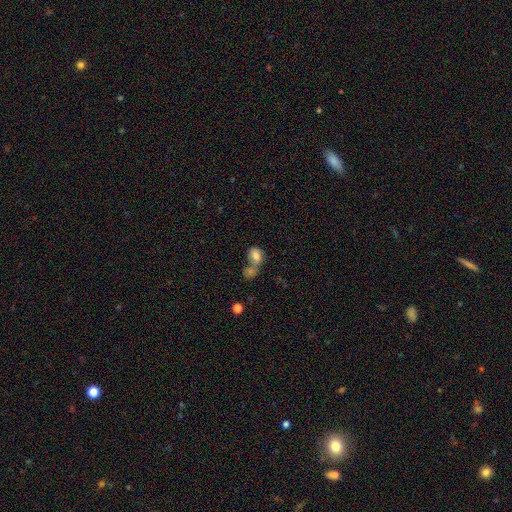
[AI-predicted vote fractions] smooth 79%, featured or disk 12%, star or artifact 9%. Down the decision tree: how rounded — in between (57%); merging — merger (61%).